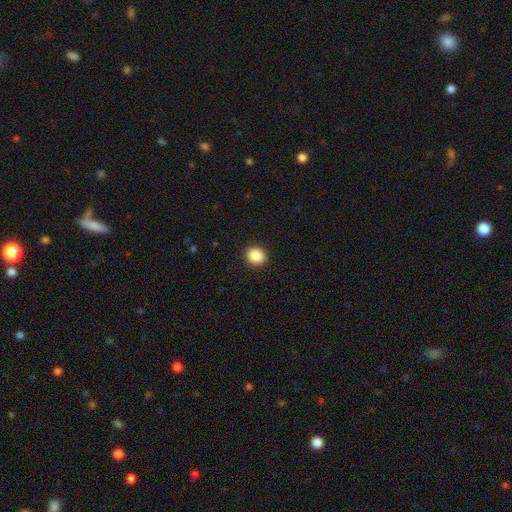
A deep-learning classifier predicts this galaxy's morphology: Smooth or featured?
  - smooth: 87% *
  - star or artifact: 9%
  - featured or disk: 4%
How rounded?
  - round: 84% *
  - in between: 15%
  - cigar-shaped: 1%
Merging?
  - none: 92% *
  - minor disturbance: 5%
  - major disturbance: 2%
  - merger: 1%